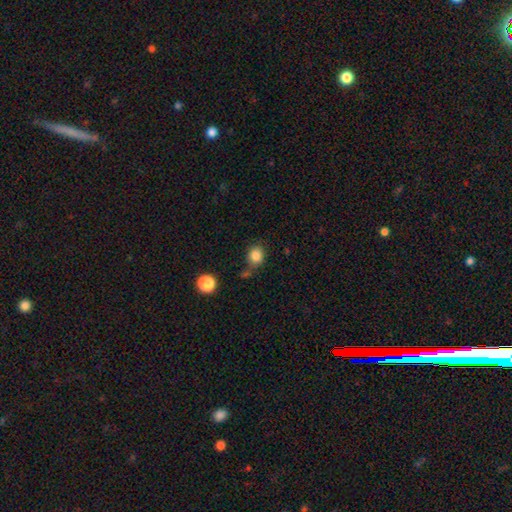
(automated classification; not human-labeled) This is clearly a smooth galaxy (85%). How rounded: likely round (69%). Merging: likely none (70%).